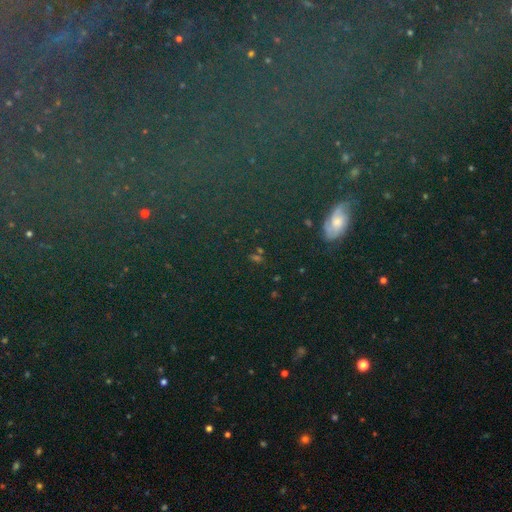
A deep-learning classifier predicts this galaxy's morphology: smooth-or-featured: star or artifact: 52% | smooth: 33% | featured or disk: 15%